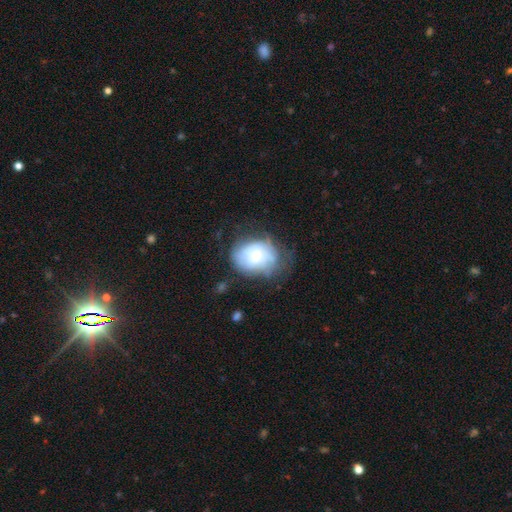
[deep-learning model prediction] featured or disk 48%, smooth 43%, star or artifact 9%. Down the decision tree: merging — none (48%).